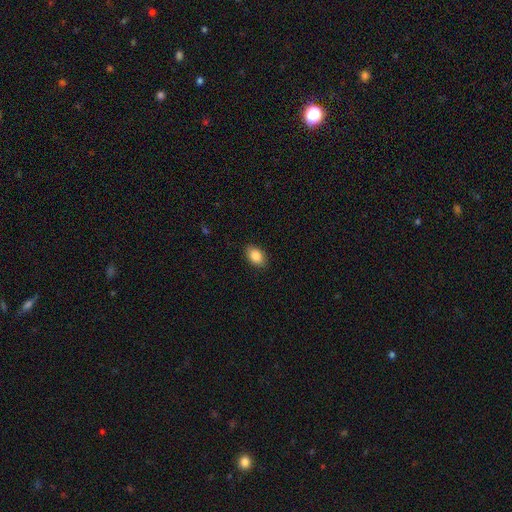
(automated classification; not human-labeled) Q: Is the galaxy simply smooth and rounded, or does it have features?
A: smooth — 86%.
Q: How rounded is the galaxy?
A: in between — 86%.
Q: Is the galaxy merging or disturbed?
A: none — 88%.